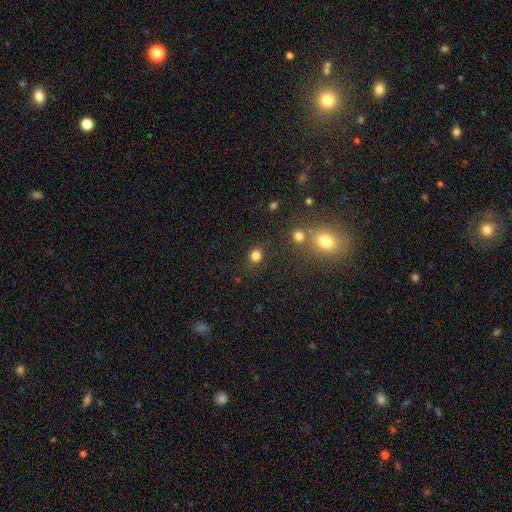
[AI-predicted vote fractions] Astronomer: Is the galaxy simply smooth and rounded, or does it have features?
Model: smooth — 81%.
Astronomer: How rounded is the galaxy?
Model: round — 78%.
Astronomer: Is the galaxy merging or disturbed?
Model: none — 83%.